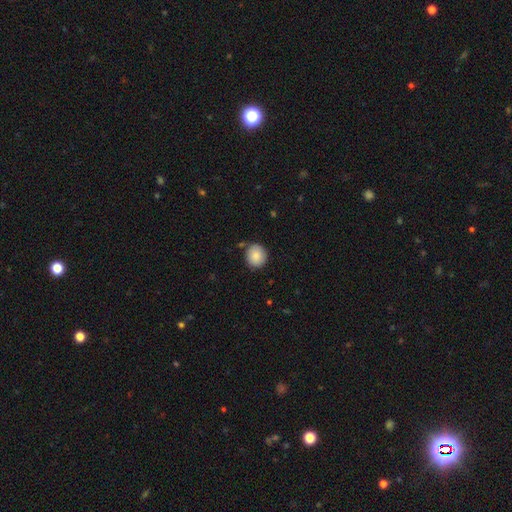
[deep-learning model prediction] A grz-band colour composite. It shows a smooth galaxy with no disk features (87%) that is round (83%). Merging: none (83%).